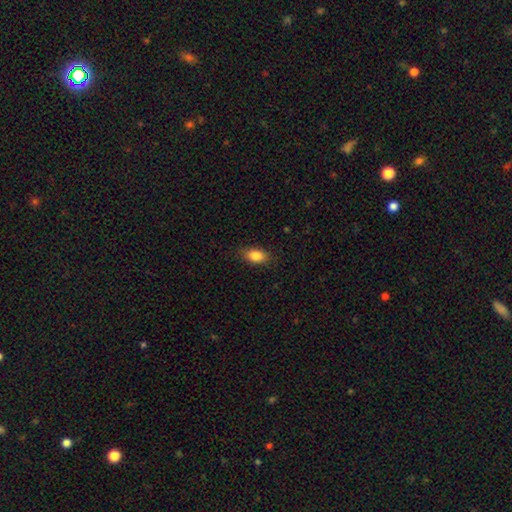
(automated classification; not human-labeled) Overall: smooth (85%). How rounded: in between (87%). Merging: none (85%).